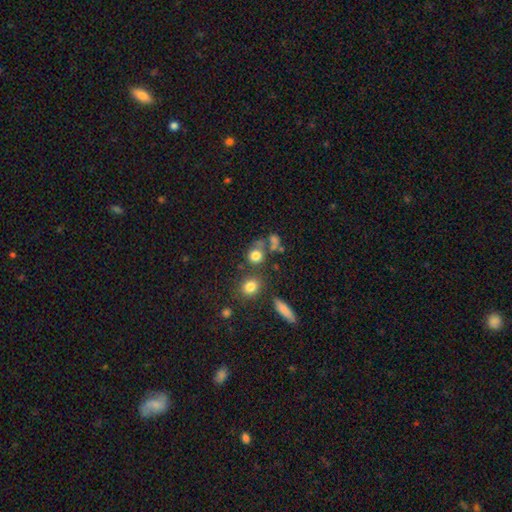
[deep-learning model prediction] smooth-or-featured: smooth: 76% | star or artifact: 13% | featured or disk: 10%
  how-rounded: round: 78% | in between: 20% | cigar-shaped: 2%
  merging: none: 54% | merger: 24% | minor disturbance: 13% | major disturbance: 9%